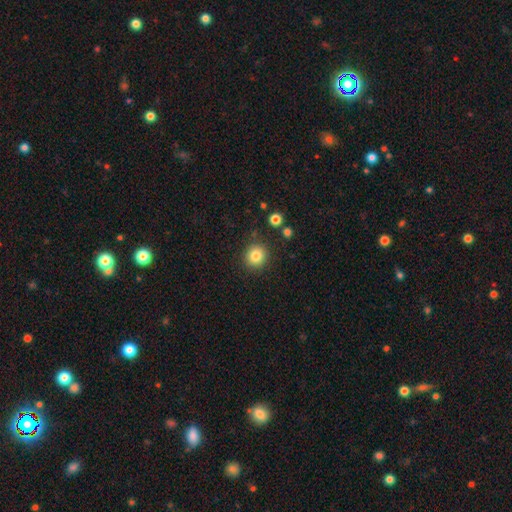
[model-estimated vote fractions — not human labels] smooth-or-featured: smooth: 83% | star or artifact: 11% | featured or disk: 6%
  how-rounded: round: 89% | in between: 10% | cigar-shaped: 1%
  merging: none: 88% | minor disturbance: 7% | major disturbance: 3% | merger: 3%